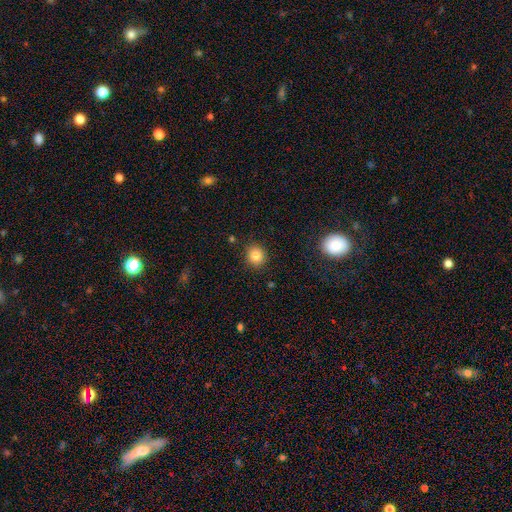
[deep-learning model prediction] Smooth or featured? Predicted: smooth (p=0.83). How rounded? Predicted: round (p=0.86). Merging? Predicted: none (p=0.89).